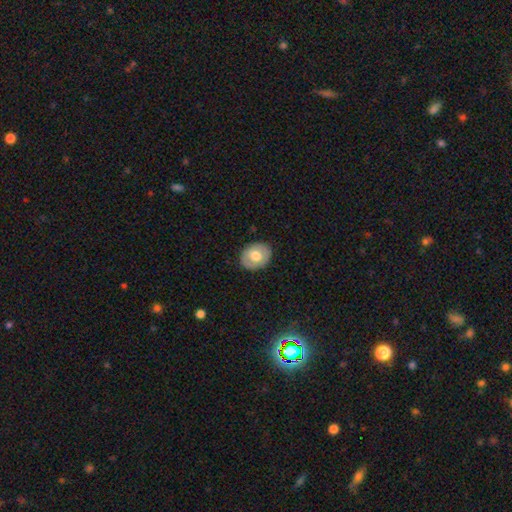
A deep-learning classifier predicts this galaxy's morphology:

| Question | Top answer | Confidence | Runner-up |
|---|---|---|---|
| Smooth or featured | smooth | 67% | featured or disk (26%) |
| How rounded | in between | 53% | round (46%) |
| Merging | none | 87% | minor disturbance (10%) |